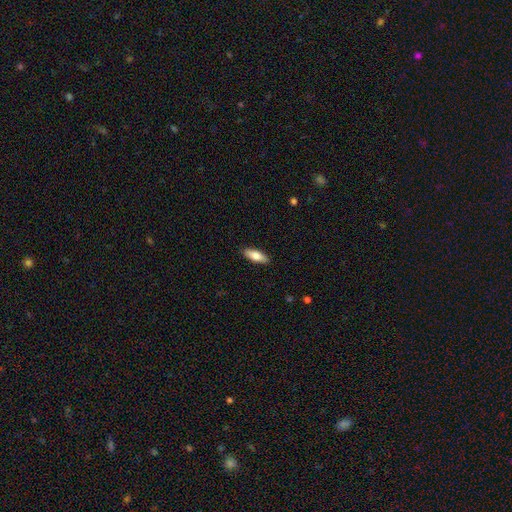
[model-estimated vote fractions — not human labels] Q: Smooth or featured?
A: smooth (78%); runner-up: featured or disk (16%)
Q: How rounded?
A: in between (69%); runner-up: cigar-shaped (29%)
Q: Merging?
A: none (89%); runner-up: minor disturbance (8%)